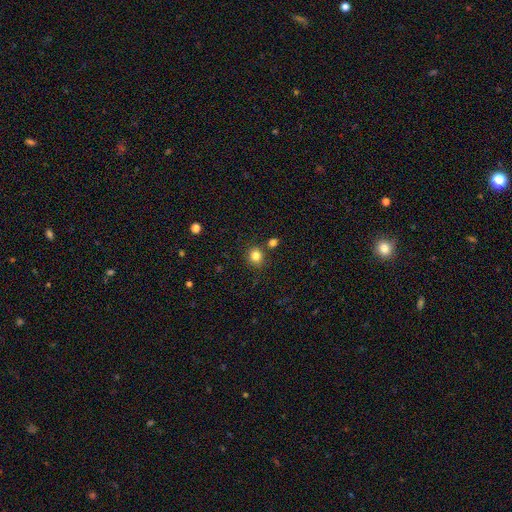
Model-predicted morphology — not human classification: Smooth or featured: smooth — 82% (star or artifact — 13%)
How rounded: round — 87% (in between — 12%)
Merging: none — 81% (minor disturbance — 9%)